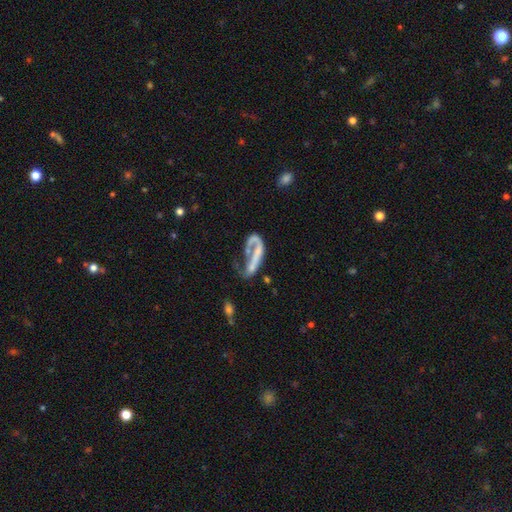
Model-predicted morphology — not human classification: This appears to be a featured or disk galaxy (59%) with no bar (67%), no spiral arms (65%) and no central bulge (62%). Merging: major disturbance (48%).